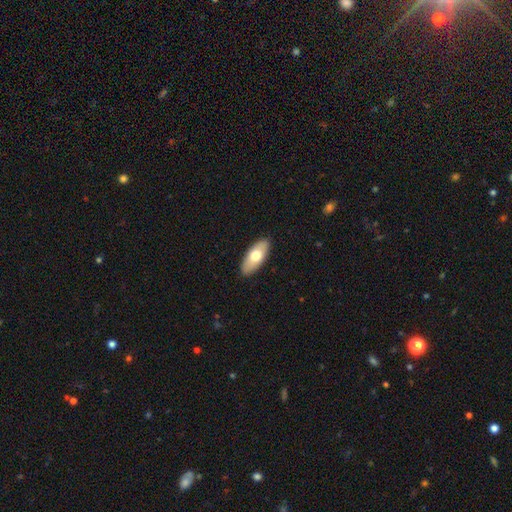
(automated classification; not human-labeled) smooth-or-featured: smooth: 69% | featured or disk: 26% | star or artifact: 5%
  how-rounded: in between: 86% | cigar-shaped: 12% | round: 2%
  merging: none: 90% | minor disturbance: 8% | major disturbance: 2% | merger: 1%